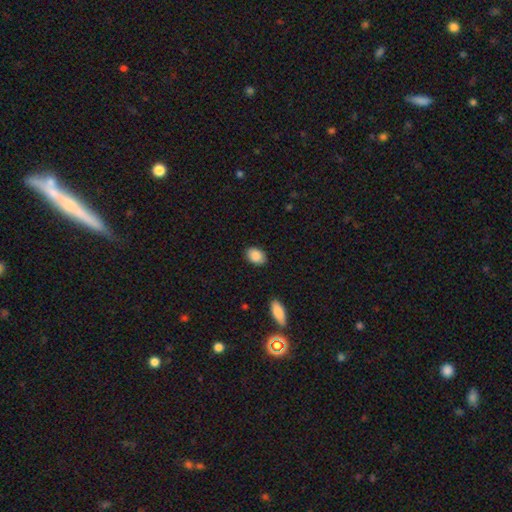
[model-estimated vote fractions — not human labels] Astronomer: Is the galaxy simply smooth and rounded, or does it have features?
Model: smooth — 88%.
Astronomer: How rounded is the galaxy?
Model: in between — 82%.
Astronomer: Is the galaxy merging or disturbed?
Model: none — 87%.